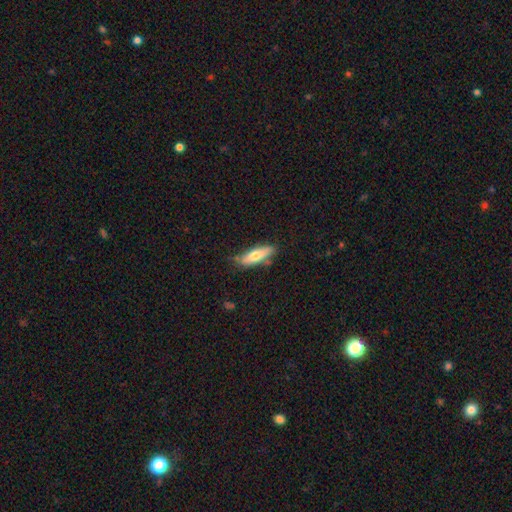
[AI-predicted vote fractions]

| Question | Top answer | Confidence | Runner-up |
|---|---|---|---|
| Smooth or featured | smooth | 65% | featured or disk (29%) |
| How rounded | cigar-shaped | 53% | in between (45%) |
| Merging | none | 71% | minor disturbance (20%) |